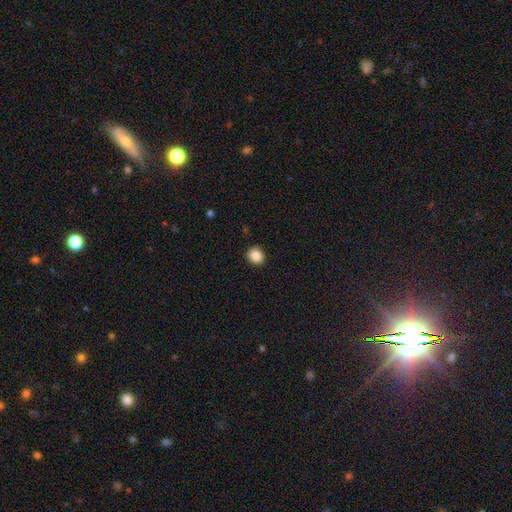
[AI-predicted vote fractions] Overall: smooth (87%). How rounded: round (69%; in between 30%). Merging: none (89%).